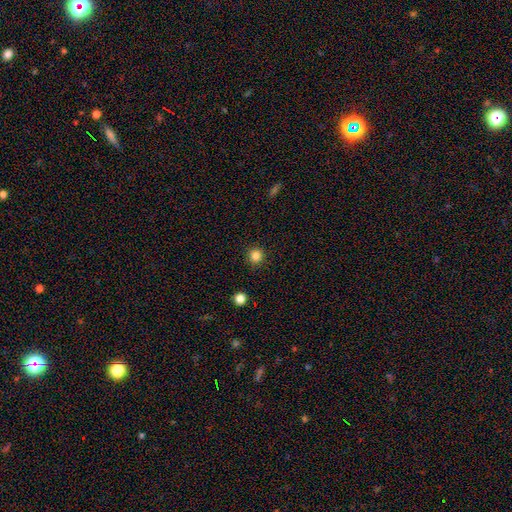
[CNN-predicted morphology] Smooth or featured? Predicted: smooth (p=0.84). How rounded? Predicted: round (p=0.93). Merging? Predicted: none (p=0.92).